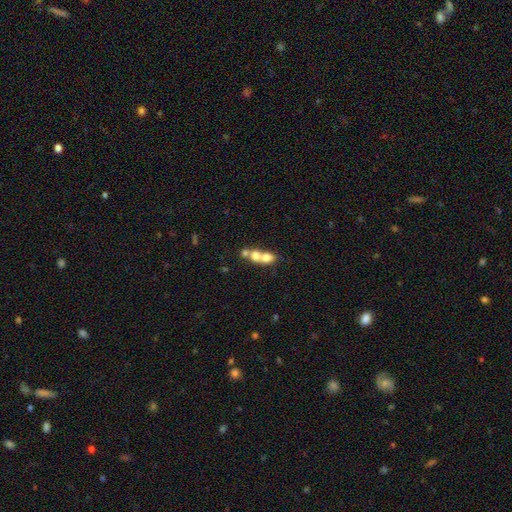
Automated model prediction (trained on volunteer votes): This is likely a smooth galaxy (64%). How rounded: possibly round (56%). Merging: likely merger (70%).